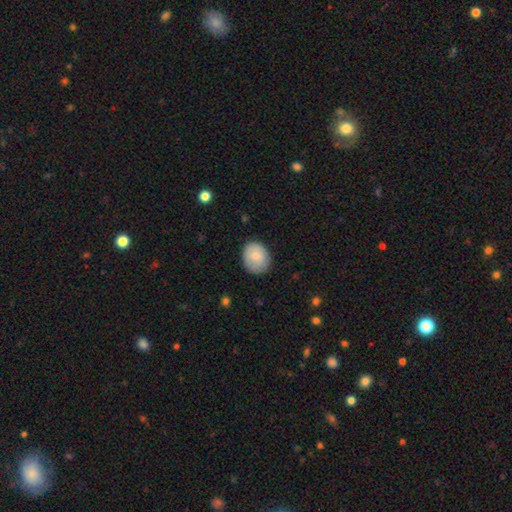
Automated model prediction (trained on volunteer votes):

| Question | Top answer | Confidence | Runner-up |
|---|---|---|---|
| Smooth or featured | smooth | 79% | featured or disk (15%) |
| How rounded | round | 62% | in between (38%) |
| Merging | none | 79% | minor disturbance (17%) |